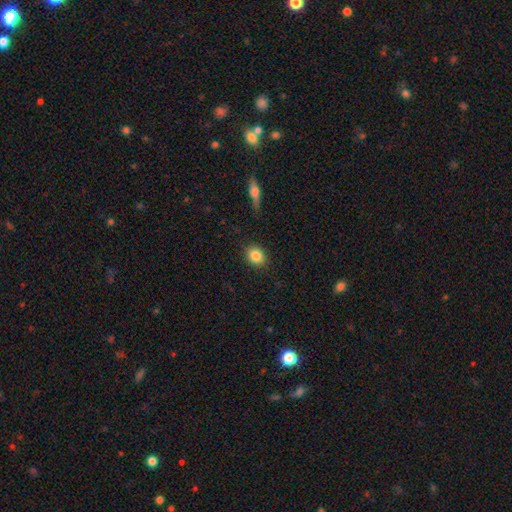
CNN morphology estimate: A smooth galaxy with no disk features (85%) that is round (50%). Merging: none (88%).